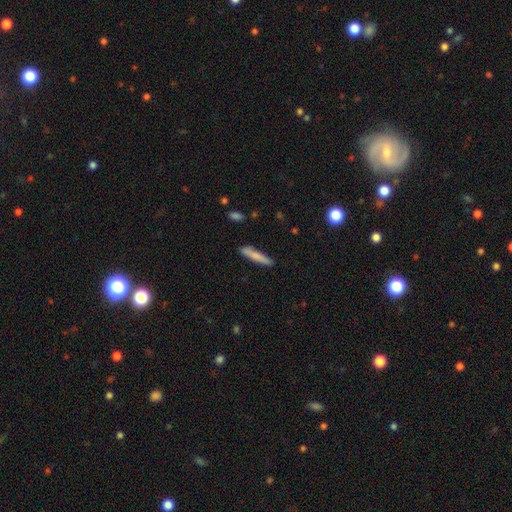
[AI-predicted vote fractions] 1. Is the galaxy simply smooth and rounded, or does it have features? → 77% smooth, 17% featured or disk, 6% star or artifact.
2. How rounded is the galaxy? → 90% cigar-shaped, 8% in between, 1% round.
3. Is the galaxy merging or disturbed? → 85% none, 11% minor disturbance, 2% major disturbance, 2% merger.